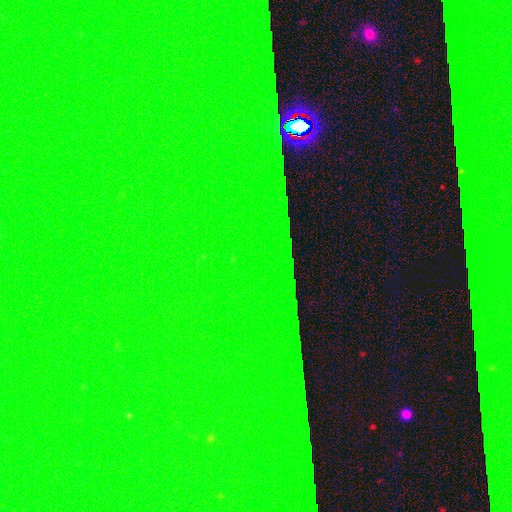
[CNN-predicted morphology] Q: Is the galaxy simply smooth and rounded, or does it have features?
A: star or artifact — 87%.